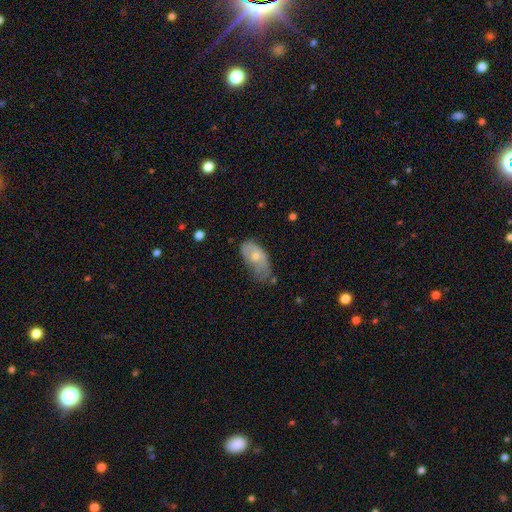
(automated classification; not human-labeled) A smooth galaxy with no disk features (50%).

Vote fractions:
- Smooth or featured? smooth: 50% / featured or disk: 42% / star or artifact: 9%
- Merging? minor disturbance: 42% / none: 32% / major disturbance: 23% / merger: 3%